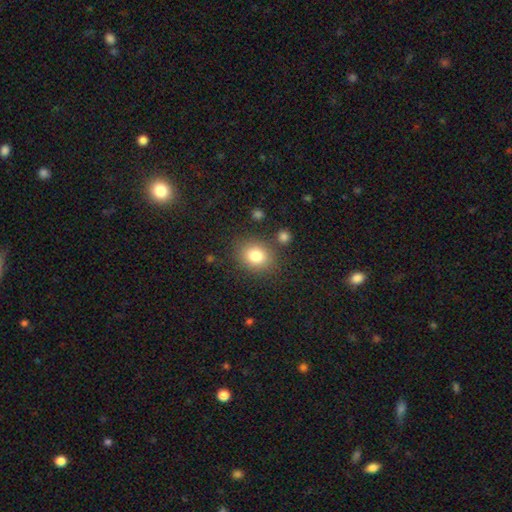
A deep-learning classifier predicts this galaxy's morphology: Smooth or featured: smooth — 81% (star or artifact — 11%)
How rounded: round — 60% (in between — 39%)
Merging: none — 80% (minor disturbance — 11%)